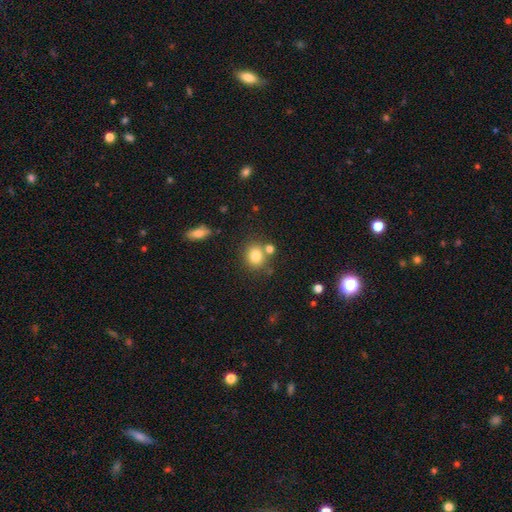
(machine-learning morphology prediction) Overall: smooth (80%). How rounded: round (75%). Merging: none (70%).